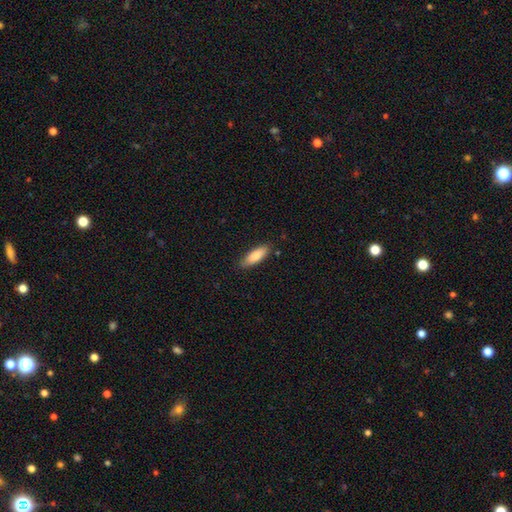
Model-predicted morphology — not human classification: Overall: smooth (84%). How rounded: in between (61%; cigar-shaped 38%). Merging: none (83%).